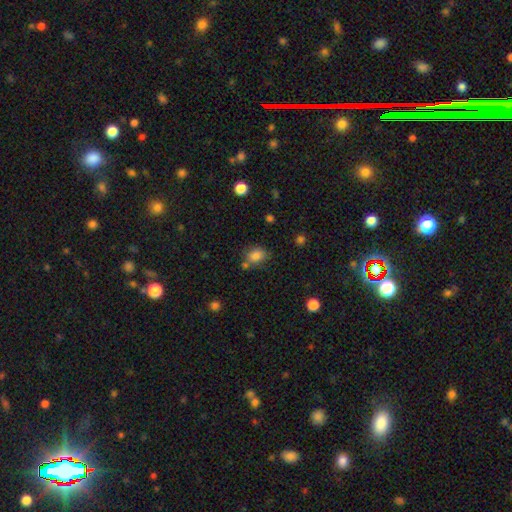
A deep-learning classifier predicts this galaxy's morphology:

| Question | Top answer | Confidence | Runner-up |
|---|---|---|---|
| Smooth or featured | smooth | 83% | star or artifact (11%) |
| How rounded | in between | 63% | round (36%) |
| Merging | none | 63% | minor disturbance (18%) |